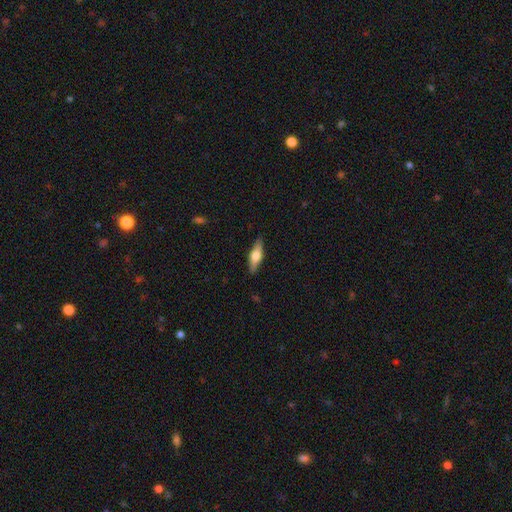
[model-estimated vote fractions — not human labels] A featured or disk galaxy (49%).

Vote fractions:
- Smooth or featured? featured or disk: 49% / smooth: 45% / star or artifact: 6%
- Merging? none: 88% / minor disturbance: 9% / major disturbance: 2% / merger: 1%